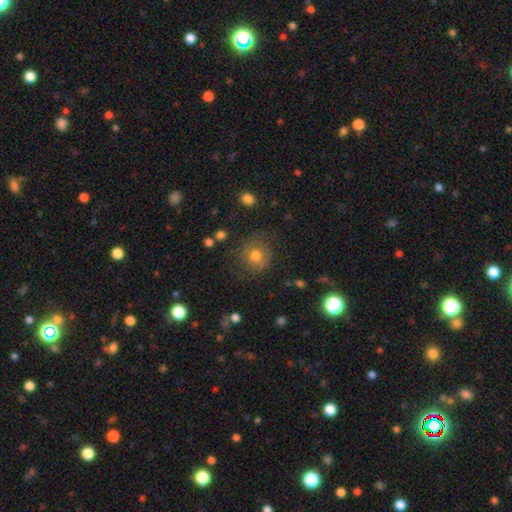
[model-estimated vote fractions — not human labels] smooth_or_featured: smooth (p=0.70) [alt: star or artifact p=0.17]
how_rounded: round (p=0.88) [alt: in between p=0.11]
merging: none (p=0.79) [alt: minor disturbance p=0.14]